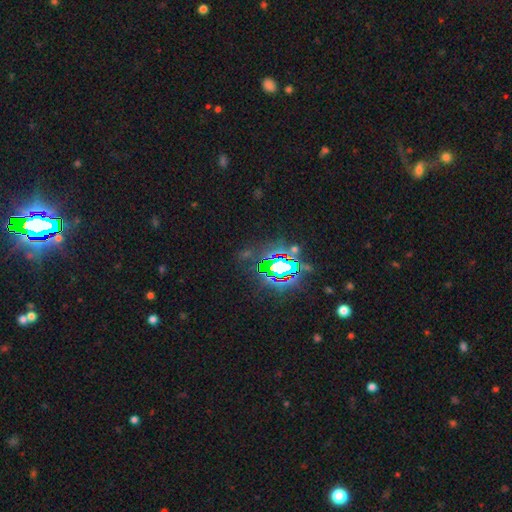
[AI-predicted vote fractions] Overall: star or artifact (80%).